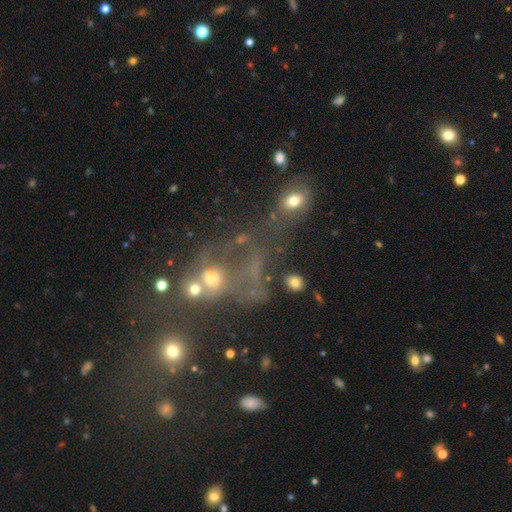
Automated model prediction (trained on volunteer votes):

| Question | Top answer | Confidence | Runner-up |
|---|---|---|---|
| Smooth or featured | star or artifact | 45% | smooth (31%) |